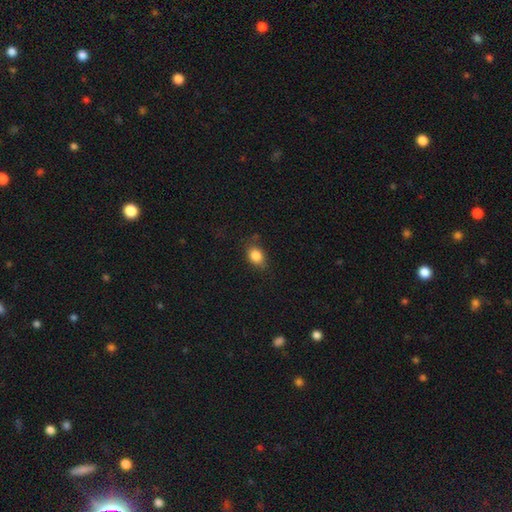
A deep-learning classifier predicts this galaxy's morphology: smooth 84%, star or artifact 9%, featured or disk 7%. Down the decision tree: how rounded — in between (64%); merging — none (71%).